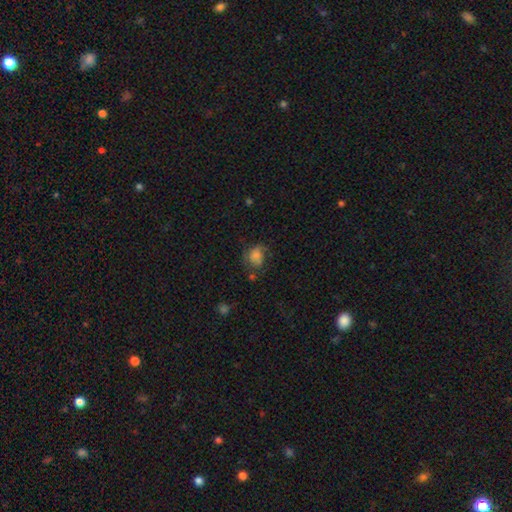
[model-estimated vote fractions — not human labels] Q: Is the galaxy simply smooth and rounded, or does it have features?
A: smooth — 65%.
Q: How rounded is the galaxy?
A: in between — 51%.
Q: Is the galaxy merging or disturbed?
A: none — 46%.